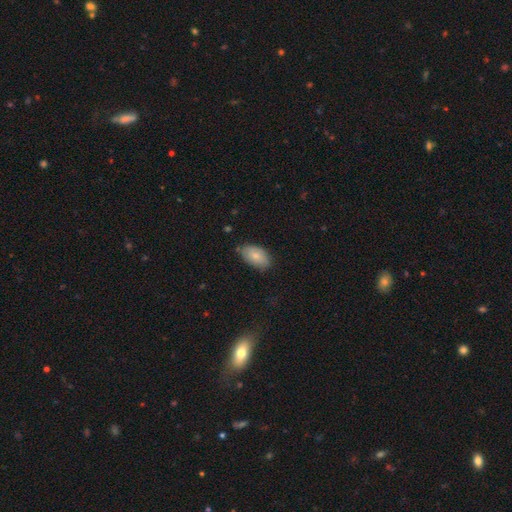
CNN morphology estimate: This appears to be a smooth galaxy with no disk features (79%) that is in between round and cigar-shaped (94%). Merging: none (77%).